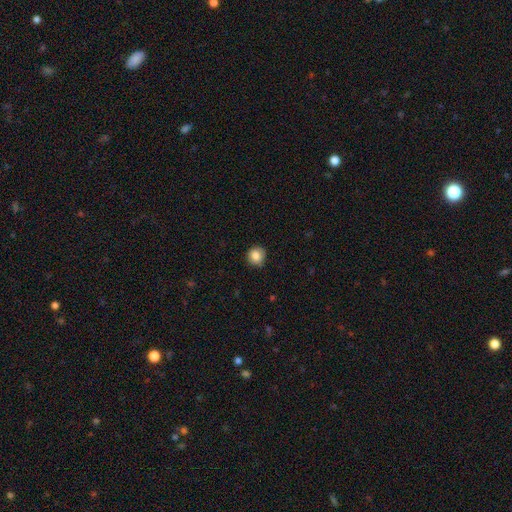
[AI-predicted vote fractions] smooth 84%, star or artifact 9%, featured or disk 7%. Down the decision tree: how rounded — round (92%); merging — none (83%).